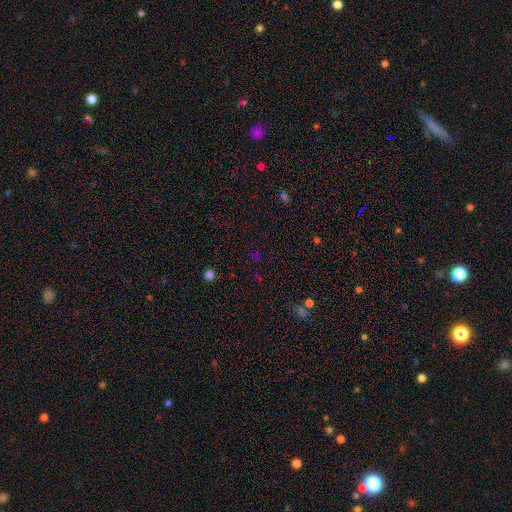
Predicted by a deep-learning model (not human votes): star or artifact 58%, smooth 35%, featured or disk 7%.